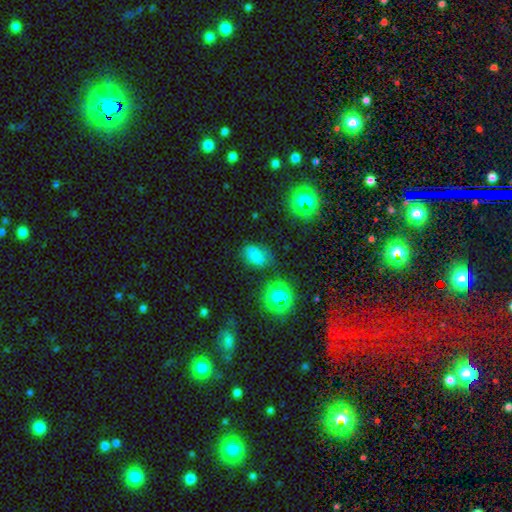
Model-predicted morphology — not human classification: Overall: smooth (67%). How rounded: in between (82%). Merging: none (63%; minor disturbance 24%).